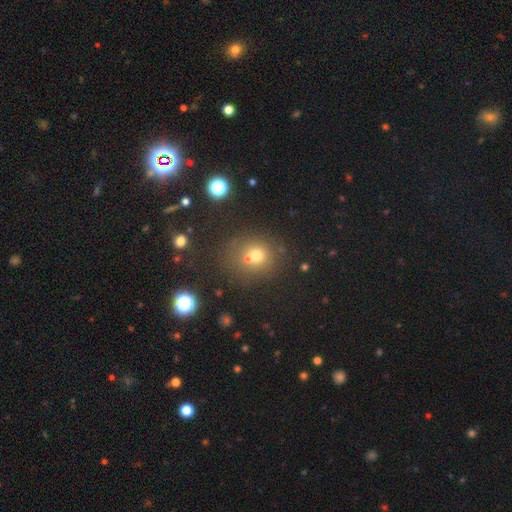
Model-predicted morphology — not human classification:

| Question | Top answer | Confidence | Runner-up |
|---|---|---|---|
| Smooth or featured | smooth | 67% | star or artifact (20%) |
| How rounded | round | 82% | in between (18%) |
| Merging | none | 57% | merger (28%) |